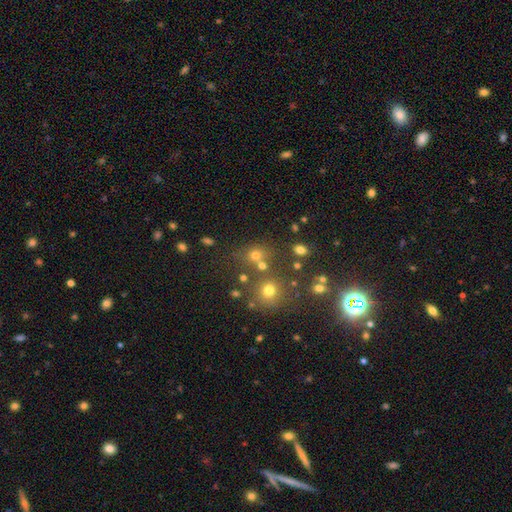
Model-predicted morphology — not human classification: smooth-or-featured: smooth: 65% | star or artifact: 24% | featured or disk: 11%
  how-rounded: round: 77% | in between: 21% | cigar-shaped: 1%
  merging: none: 60% | merger: 23% | minor disturbance: 11% | major disturbance: 6%